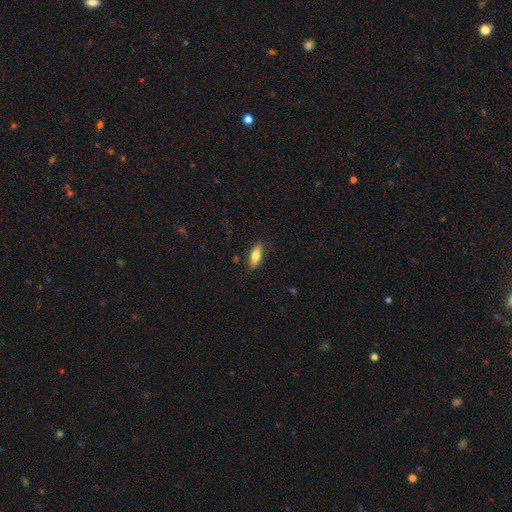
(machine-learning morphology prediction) Smooth or featured? Predicted: smooth (p=0.77). How rounded? Predicted: in between (p=0.70). Merging? Predicted: none (p=0.82).